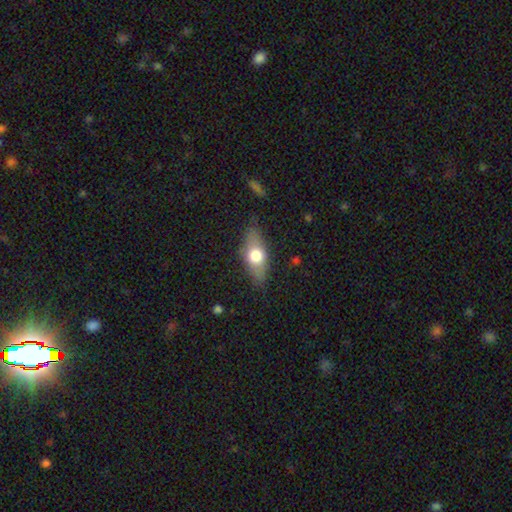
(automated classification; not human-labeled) Overall: smooth (57%; featured or disk 36%). How rounded: in between (67%). Merging: none (79%).